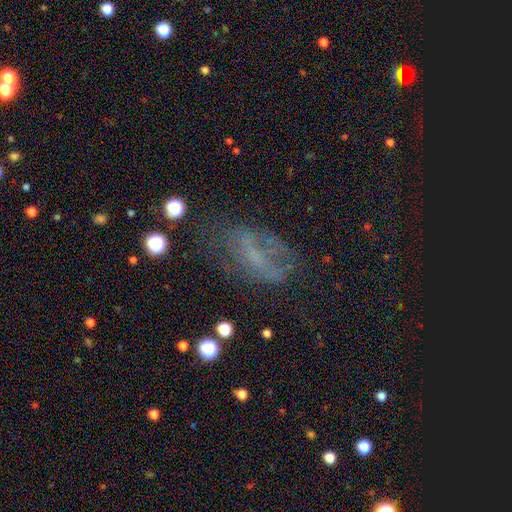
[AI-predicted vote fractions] This is marginally a featured or disk galaxy (40%). Merging: marginally none (45%).